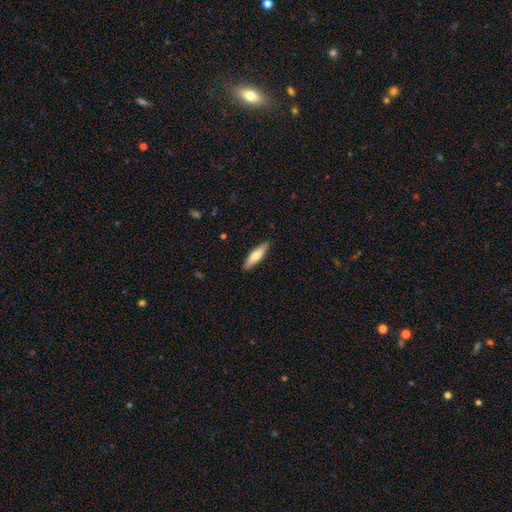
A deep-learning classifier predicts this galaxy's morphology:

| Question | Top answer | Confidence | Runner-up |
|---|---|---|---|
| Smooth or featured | smooth | 65% | featured or disk (30%) |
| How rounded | cigar-shaped | 67% | in between (31%) |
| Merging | none | 89% | minor disturbance (8%) |